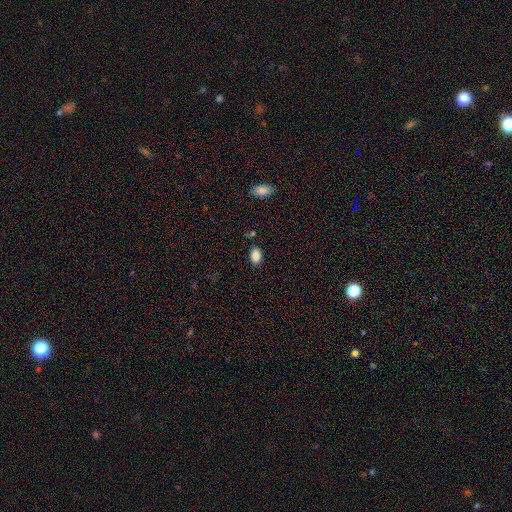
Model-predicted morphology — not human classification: Smooth or featured? smooth (87%)
How rounded? in between (87%)
Merging? none (82%)